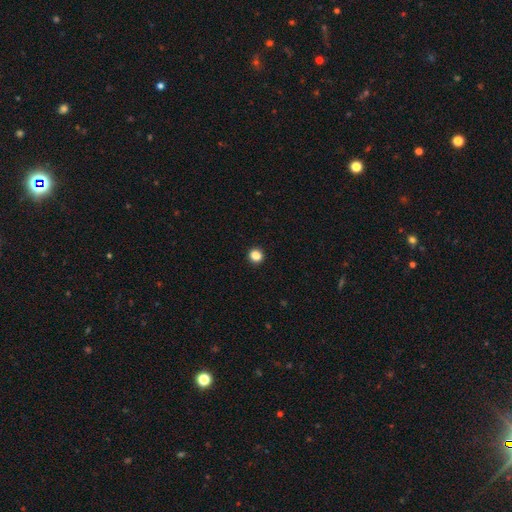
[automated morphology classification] A smooth galaxy with no disk features (87%) that is round (90%).

Vote fractions:
- Smooth or featured? smooth: 87% / star or artifact: 11% / featured or disk: 3%
- How rounded? round: 90% / in between: 9% / cigar-shaped: 1%
- Merging? none: 93% / minor disturbance: 4% / major disturbance: 1% / merger: 1%